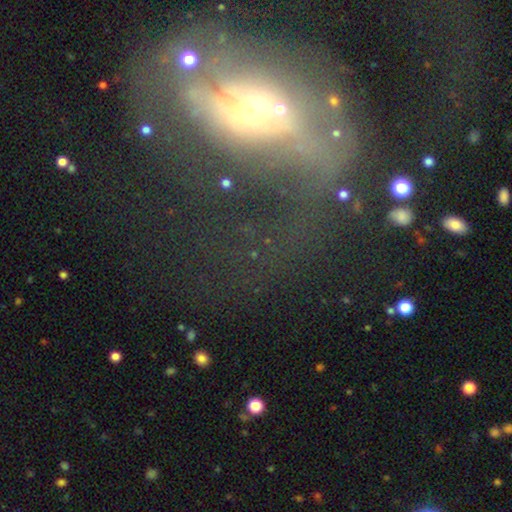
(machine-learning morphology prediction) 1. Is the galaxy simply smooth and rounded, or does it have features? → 58% featured or disk, 24% smooth, 18% star or artifact.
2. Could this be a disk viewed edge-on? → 88% no, 12% yes.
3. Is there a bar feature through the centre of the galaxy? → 63% no, 22% weak, 15% strong.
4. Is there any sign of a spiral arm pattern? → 56% no, 44% yes.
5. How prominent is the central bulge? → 53% moderate, 33% small, 9% large, 3% dominant, 2% none.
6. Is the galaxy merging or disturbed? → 43% major disturbance, 33% none, 16% minor disturbance, 8% merger.